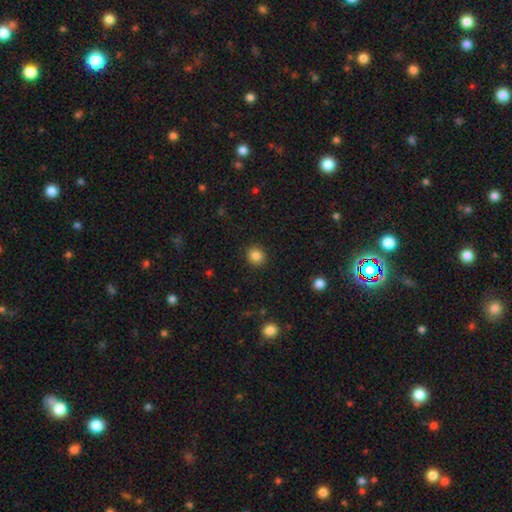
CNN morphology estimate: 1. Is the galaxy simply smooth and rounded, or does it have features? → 85% smooth, 11% star or artifact, 5% featured or disk.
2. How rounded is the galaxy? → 85% round, 14% in between, 1% cigar-shaped.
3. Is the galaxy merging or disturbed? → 91% none, 6% minor disturbance, 2% major disturbance, 1% merger.